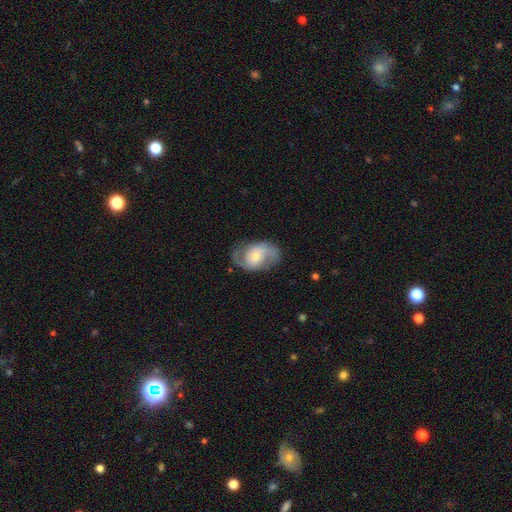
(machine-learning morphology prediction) The model was most divided on "bulge size": small: 48%, moderate: 44%, large: 5%, none: 2%, dominant: 1%. More confident: edge-on disk — no (97%); spiral arms — yes (91%); spiral arm count — 2 (88%); smooth or featured — featured or disk (79%); merging — none (73%); bar — no (58%); spiral winding — medium (51%).